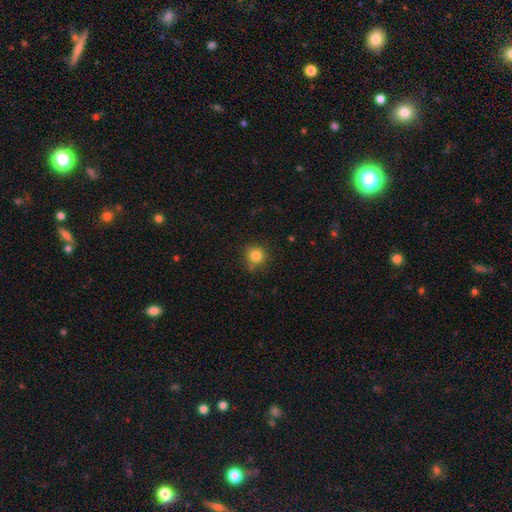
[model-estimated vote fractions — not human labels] Smooth or featured: smooth — 83% (star or artifact — 12%)
How rounded: round — 91% (in between — 8%)
Merging: none — 81% (minor disturbance — 12%)